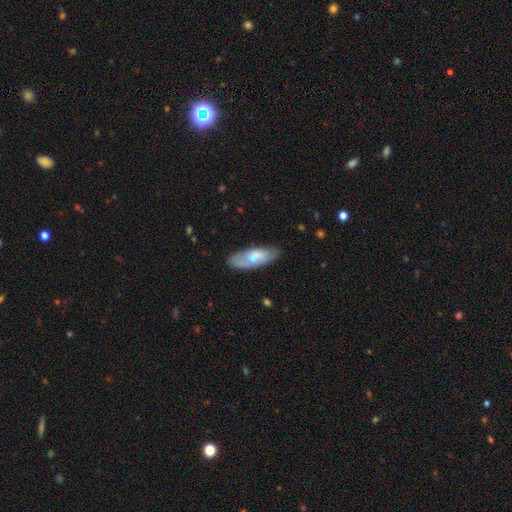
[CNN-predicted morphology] smooth 58%, featured or disk 35%, star or artifact 6%. Down the decision tree: how rounded — in between (71%); merging — none (70%).